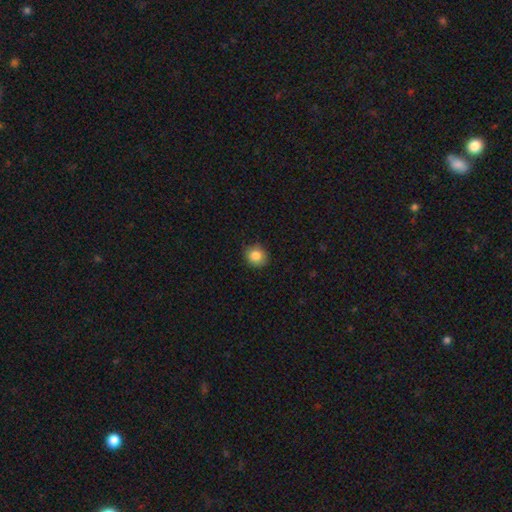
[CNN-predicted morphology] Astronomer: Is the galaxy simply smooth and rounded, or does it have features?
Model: smooth — 84%.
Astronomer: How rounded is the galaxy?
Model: round — 81%.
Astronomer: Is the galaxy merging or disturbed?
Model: none — 85%.